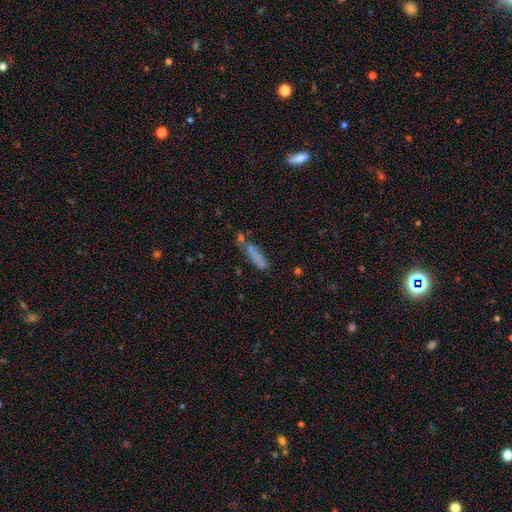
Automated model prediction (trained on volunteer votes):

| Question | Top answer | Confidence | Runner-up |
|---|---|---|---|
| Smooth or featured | smooth | 72% | featured or disk (14%) |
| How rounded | cigar-shaped | 72% | in between (25%) |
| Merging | none | 51% | merger (21%) |